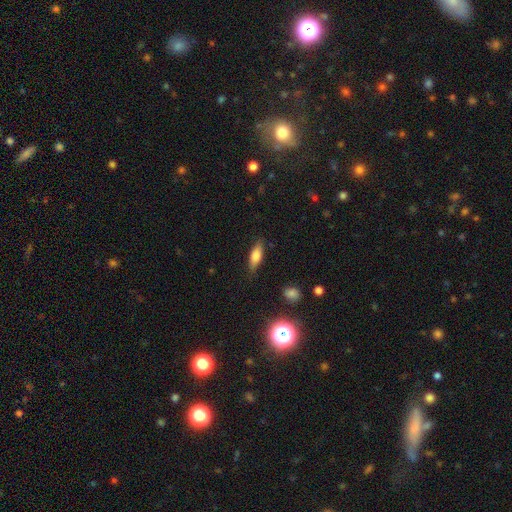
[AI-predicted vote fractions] Smooth or featured? smooth (73%)
How rounded? in between (65%)
Merging? none (80%)